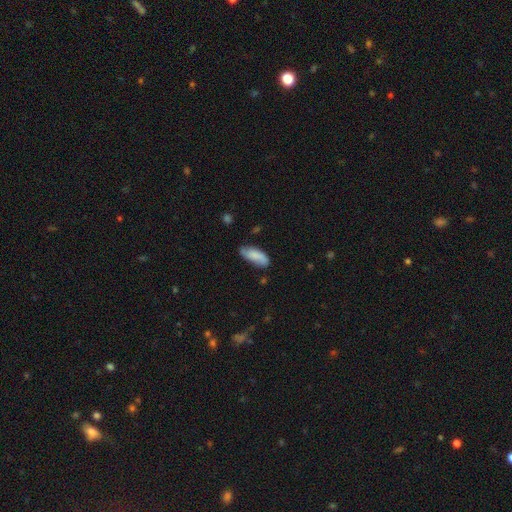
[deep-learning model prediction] The model was most divided on "merging": none: 67%, minor disturbance: 26%, major disturbance: 5%, merger: 3%. More confident: smooth or featured — smooth (78%); how rounded — in between (73%).